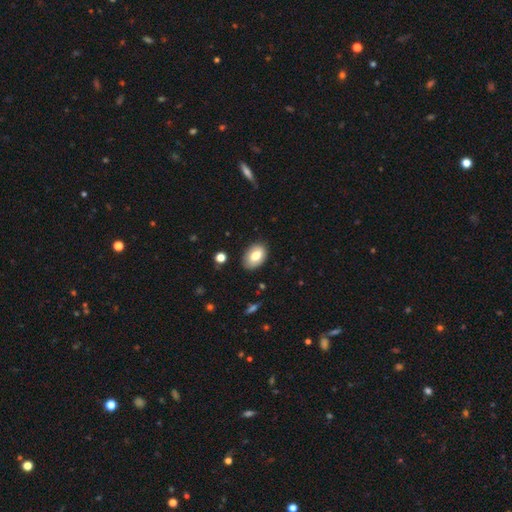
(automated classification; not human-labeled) Smooth or featured? Predicted: smooth (p=0.75). How rounded? Predicted: in between (p=0.86). Merging? Predicted: none (p=0.85).